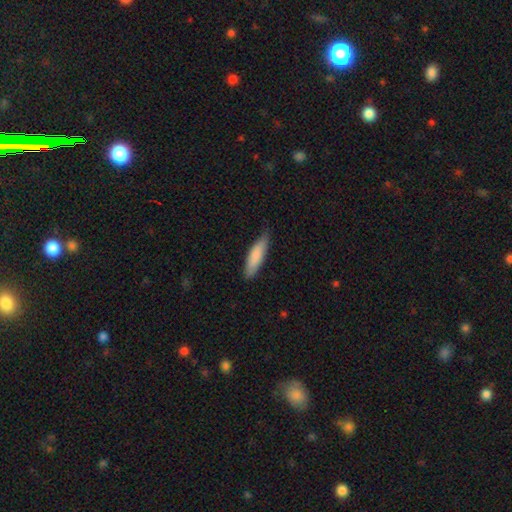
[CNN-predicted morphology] smooth 84%, featured or disk 11%, star or artifact 5%. Down the decision tree: how rounded — cigar-shaped (65%); merging — none (76%).